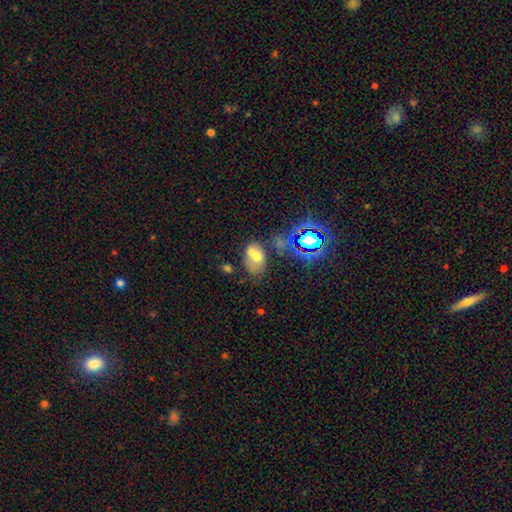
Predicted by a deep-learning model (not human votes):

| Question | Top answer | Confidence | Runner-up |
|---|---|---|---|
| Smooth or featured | smooth | 56% | featured or disk (27%) |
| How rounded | in between | 72% | round (26%) |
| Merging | merger | 50% | none (28%) |